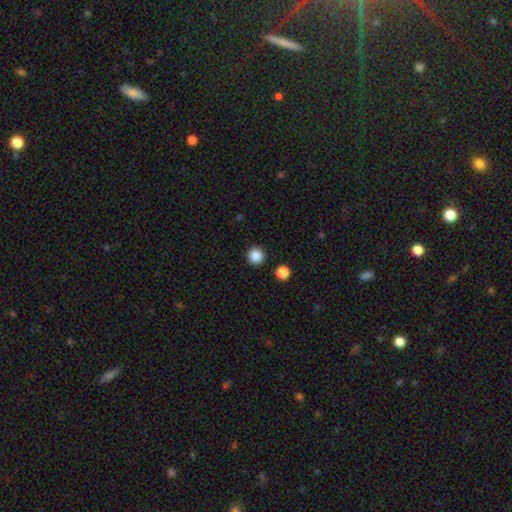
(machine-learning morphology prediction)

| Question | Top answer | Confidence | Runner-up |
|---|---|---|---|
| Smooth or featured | smooth | 87% | star or artifact (10%) |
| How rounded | round | 96% | in between (3%) |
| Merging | none | 93% | minor disturbance (4%) |